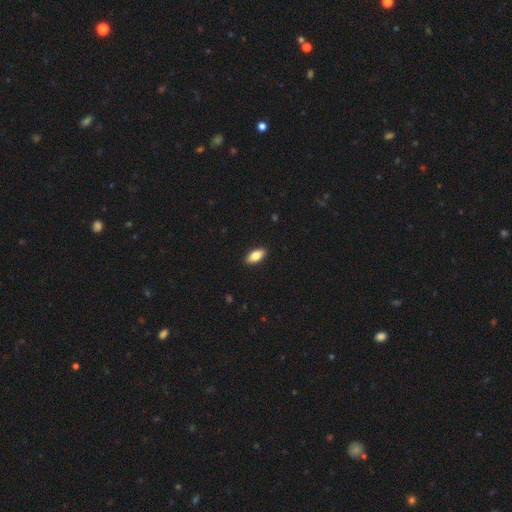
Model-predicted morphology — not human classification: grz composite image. It shows a smooth galaxy with no disk features (84%) that is in between round and cigar-shaped (91%). Merging: none (90%).